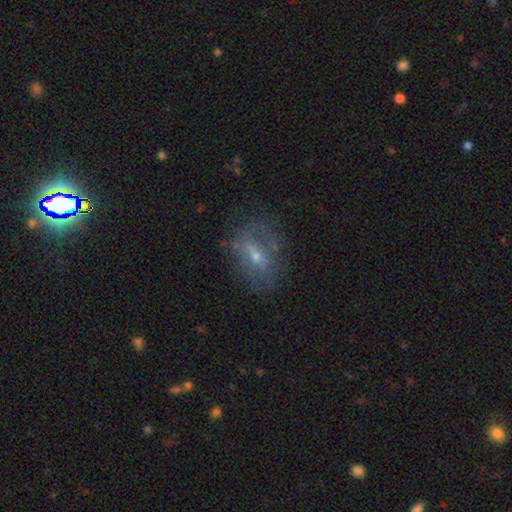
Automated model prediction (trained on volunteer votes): Q: Smooth or featured?
A: featured or disk (58%); runner-up: smooth (30%)
Q: Edge-on disk?
A: no (89%); runner-up: yes (11%)
Q: Bar?
A: weak (41%); runner-up: no (37%)
Q: Spiral arms?
A: no (55%); runner-up: yes (45%)
Q: Bulge size?
A: small (59%); runner-up: moderate (34%)
Q: Merging?
A: none (58%); runner-up: minor disturbance (22%)